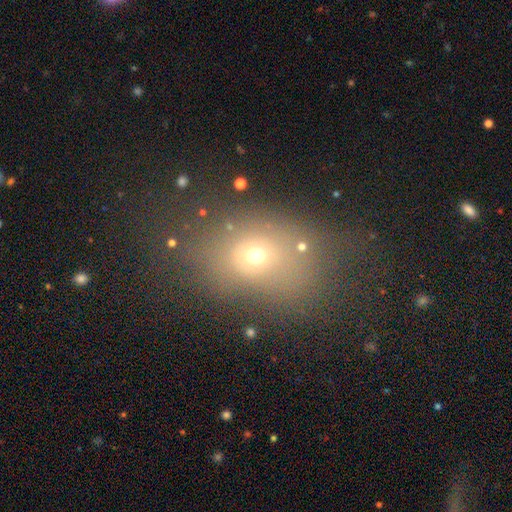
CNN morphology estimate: smooth-or-featured: smooth: 60% | star or artifact: 23% | featured or disk: 16%
  how-rounded: in between: 55% | round: 43% | cigar-shaped: 2%
  merging: none: 60% | minor disturbance: 19% | major disturbance: 16% | merger: 5%